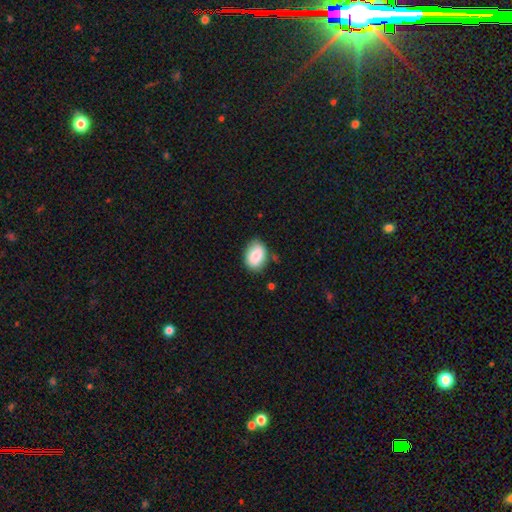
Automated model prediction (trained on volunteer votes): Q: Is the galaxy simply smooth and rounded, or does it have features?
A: smooth — 84%.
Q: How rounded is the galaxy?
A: in between — 79%.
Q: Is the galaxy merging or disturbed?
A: none — 76%.